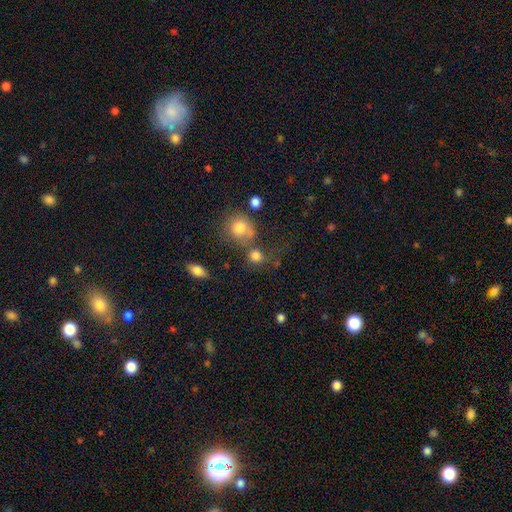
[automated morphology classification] Smooth or featured: smooth — 80% (star or artifact — 13%)
How rounded: round — 79% (in between — 19%)
Merging: none — 57% (merger — 21%)